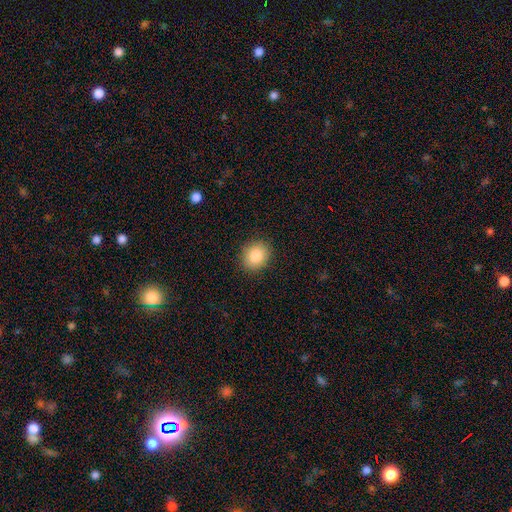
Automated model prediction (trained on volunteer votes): Q: Smooth or featured?
A: smooth (84%); runner-up: star or artifact (9%)
Q: How rounded?
A: round (67%); runner-up: in between (32%)
Q: Merging?
A: none (90%); runner-up: minor disturbance (7%)